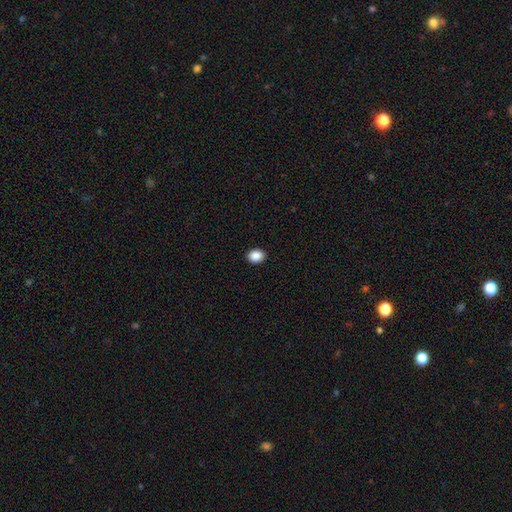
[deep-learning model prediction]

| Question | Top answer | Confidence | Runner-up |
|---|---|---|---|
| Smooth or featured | smooth | 89% | star or artifact (9%) |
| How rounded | in between | 52% | round (47%) |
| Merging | none | 92% | minor disturbance (6%) |